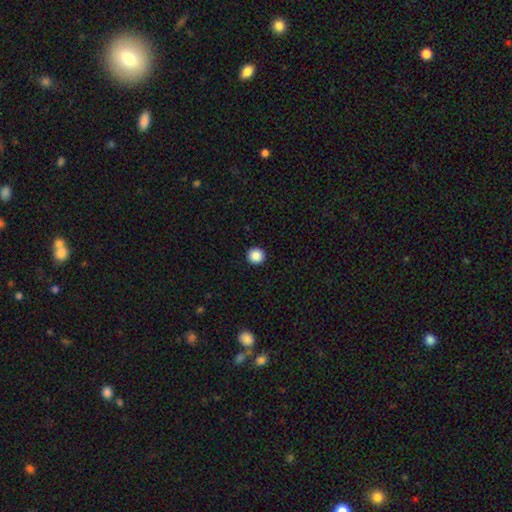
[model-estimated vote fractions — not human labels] smooth 87%, star or artifact 9%, featured or disk 3%. Down the decision tree: how rounded — round (96%); merging — none (94%).